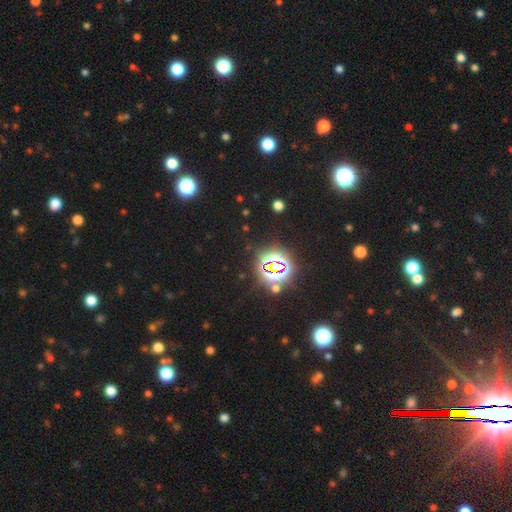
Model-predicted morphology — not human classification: The model was most divided on "smooth or featured": star or artifact: 79%, smooth: 15%, featured or disk: 6%.